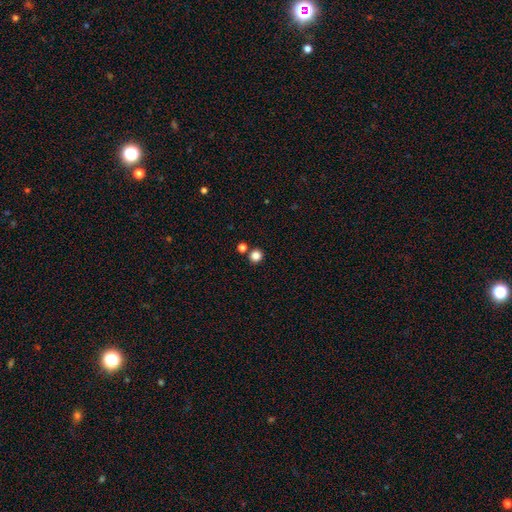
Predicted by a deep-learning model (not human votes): smooth_or_featured: smooth (p=0.83) [alt: star or artifact p=0.13]
how_rounded: round (p=0.91) [alt: in between p=0.08]
merging: none (p=0.80) [alt: merger p=0.11]